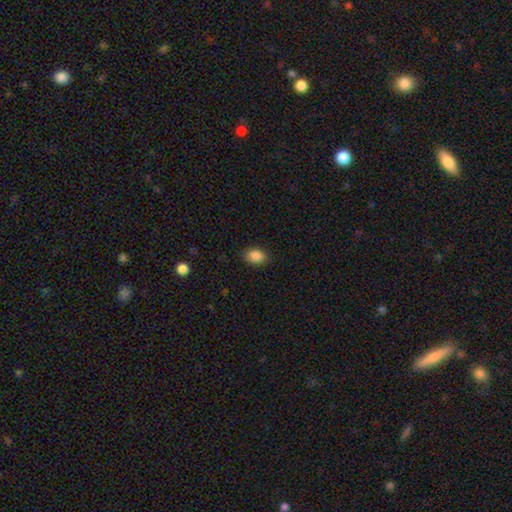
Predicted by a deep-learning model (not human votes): Morphology: type=smooth (87%); roundness=in between (79%); merging=none (87%).